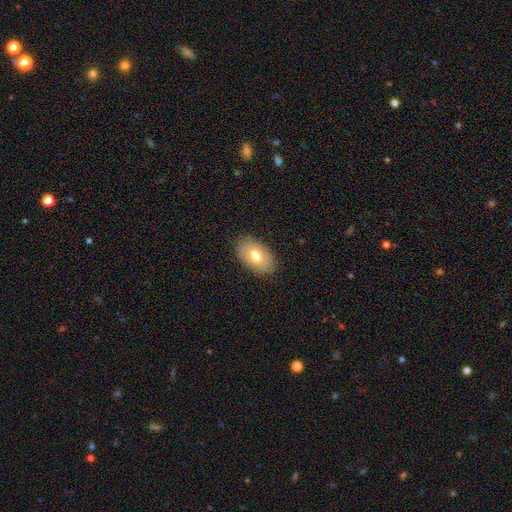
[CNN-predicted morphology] smooth 72%, featured or disk 21%, star or artifact 7%. Down the decision tree: how rounded — in between (92%); merging — none (86%).